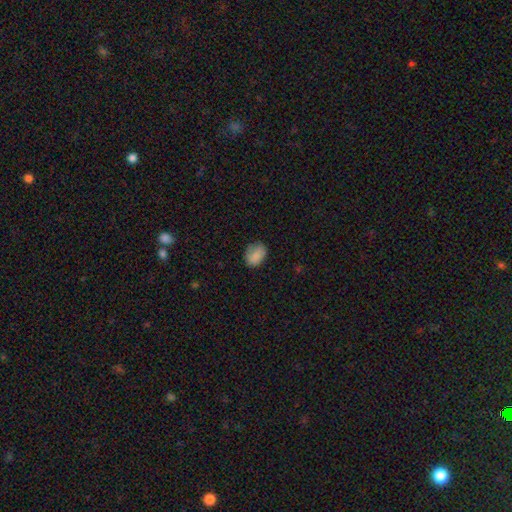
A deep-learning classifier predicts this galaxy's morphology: type=smooth (85%); roundness=in between (63%); merging=none (72%).